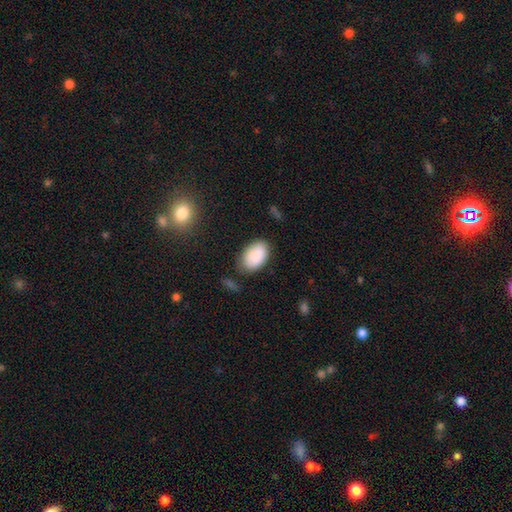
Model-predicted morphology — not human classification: Smooth or featured?
  - smooth: 89% *
  - star or artifact: 6%
  - featured or disk: 5%
How rounded?
  - in between: 92% *
  - round: 7%
  - cigar-shaped: 1%
Merging?
  - none: 78% *
  - minor disturbance: 15%
  - major disturbance: 4%
  - merger: 3%